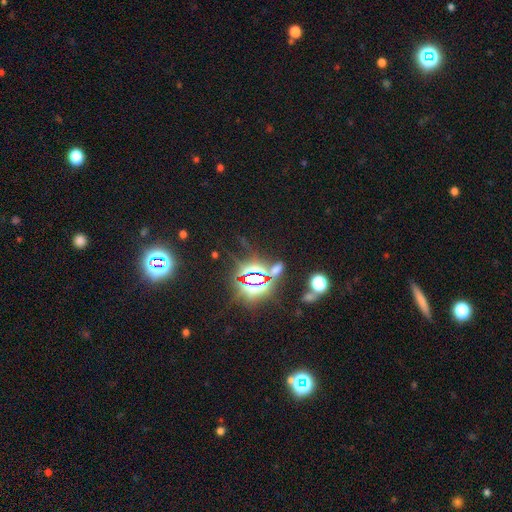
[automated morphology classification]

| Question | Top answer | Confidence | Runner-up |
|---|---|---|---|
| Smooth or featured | star or artifact | 83% | smooth (11%) |